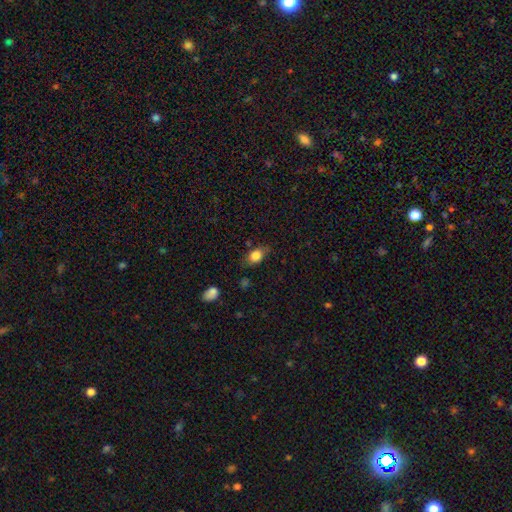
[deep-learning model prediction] The model was most divided on "how rounded": in between: 75%, round: 22%, cigar-shaped: 4%. More confident: smooth or featured — smooth (81%); merging — none (73%).